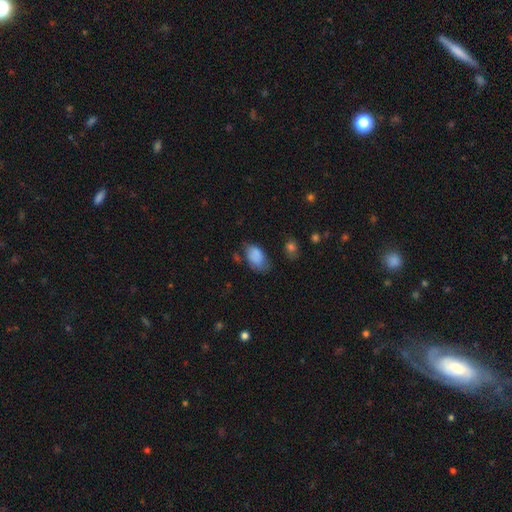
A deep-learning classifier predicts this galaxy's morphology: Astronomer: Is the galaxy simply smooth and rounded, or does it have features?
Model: smooth — 82%.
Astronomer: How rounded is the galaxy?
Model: in between — 91%.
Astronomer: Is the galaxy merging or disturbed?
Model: none — 49% (runner-up: minor disturbance, 33%).